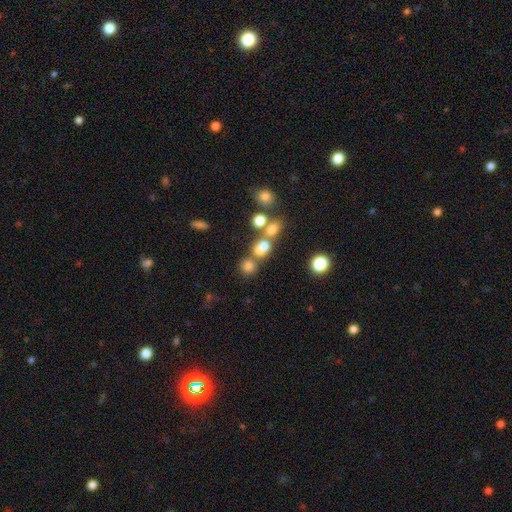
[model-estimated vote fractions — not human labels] smooth 43%, star or artifact 39%, featured or disk 18%. Down the decision tree: merging — none (49%).